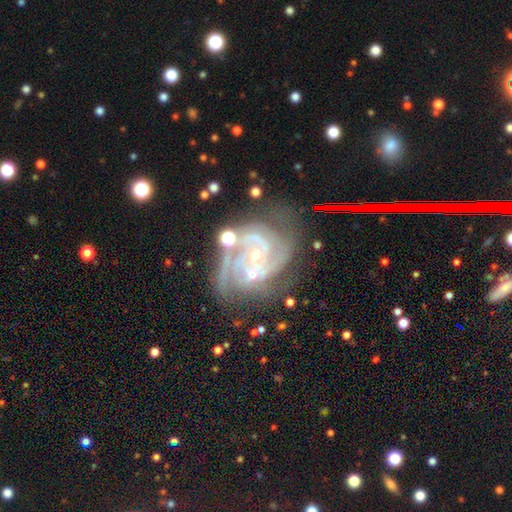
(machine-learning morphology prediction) The model was most divided on "spiral arm count" (2-way tie): 2: 29%, 3: 29%, can't tell: 15%, 4: 14%, more than 4: 7%, 1: 6%. More confident: spiral arms — yes (98%); edge-on disk — no (97%); smooth or featured — featured or disk (86%); bulge size — small (80%); bar — no (62%); merging — none (58%); spiral winding — tight (56%).